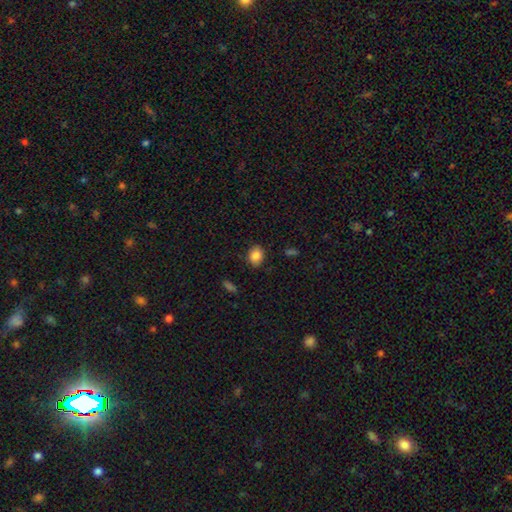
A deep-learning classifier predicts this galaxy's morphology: Smooth or featured? Predicted: smooth (p=0.86). How rounded? Predicted: in between (p=0.55). Merging? Predicted: none (p=0.82).